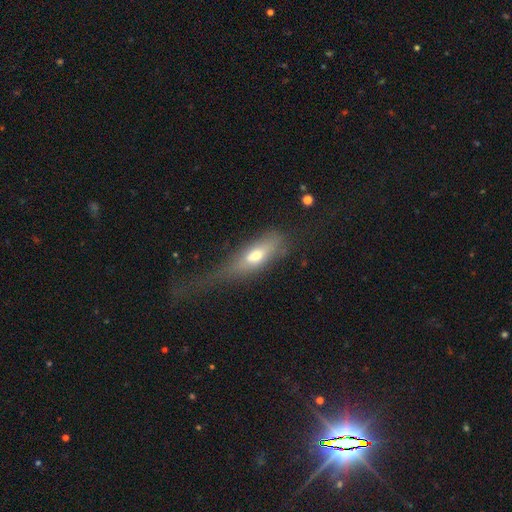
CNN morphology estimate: smooth_or_featured: smooth (p=0.59) [alt: featured or disk p=0.32]
how_rounded: in between (p=0.59) [alt: cigar-shaped p=0.36]
merging: major disturbance (p=0.45) [alt: none p=0.27]